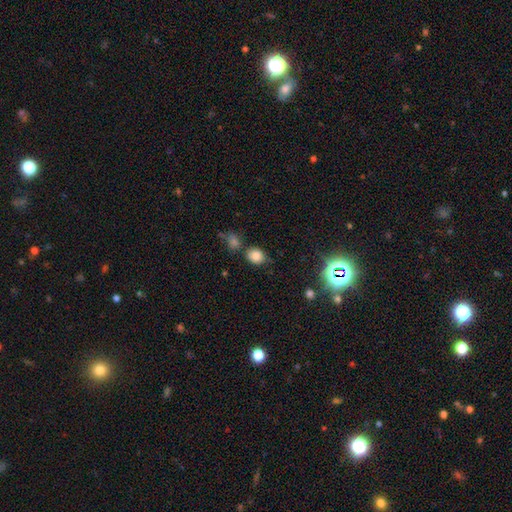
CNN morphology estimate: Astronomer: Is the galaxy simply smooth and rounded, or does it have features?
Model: smooth — 81%.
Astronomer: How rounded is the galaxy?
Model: round — 60% (runner-up: in between, 38%).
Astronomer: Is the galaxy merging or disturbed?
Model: none — 70%.